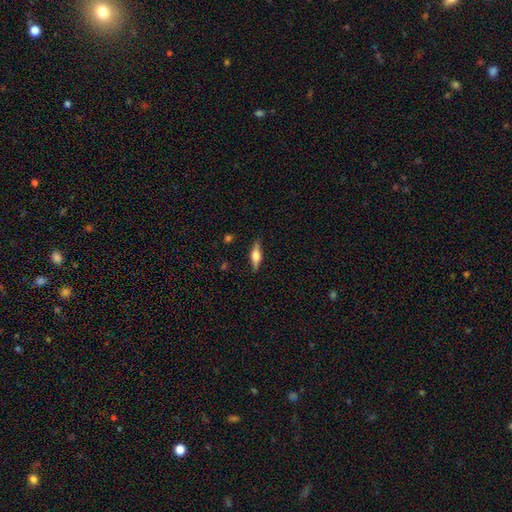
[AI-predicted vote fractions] A featured or disk galaxy (53%) viewed edge-on (94%) with a rounded central bulge (86%). Merging: none (84%).